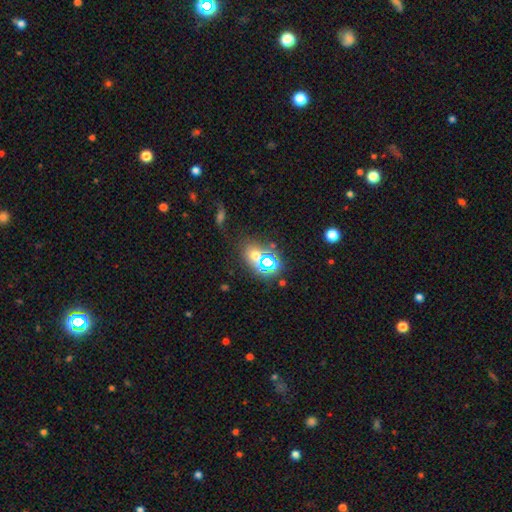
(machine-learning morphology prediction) A star or artifact, not a galaxy (49%).

Vote fractions:
- Smooth or featured? star or artifact: 49% / smooth: 39% / featured or disk: 12%